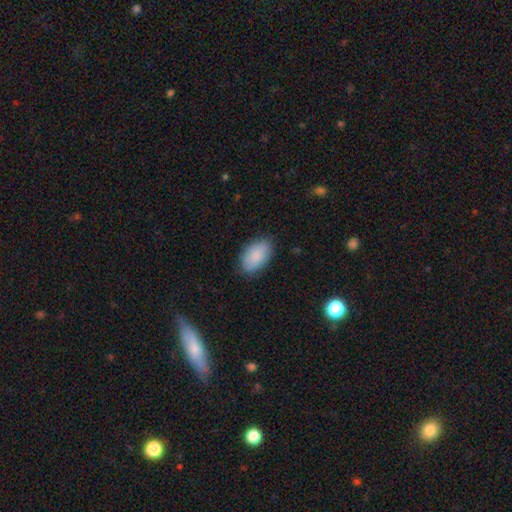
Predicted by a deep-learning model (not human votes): smooth_or_featured: smooth (p=0.88) [alt: star or artifact p=0.06]
how_rounded: in between (p=0.94) [alt: round p=0.05]
merging: none (p=0.83) [alt: minor disturbance p=0.13]